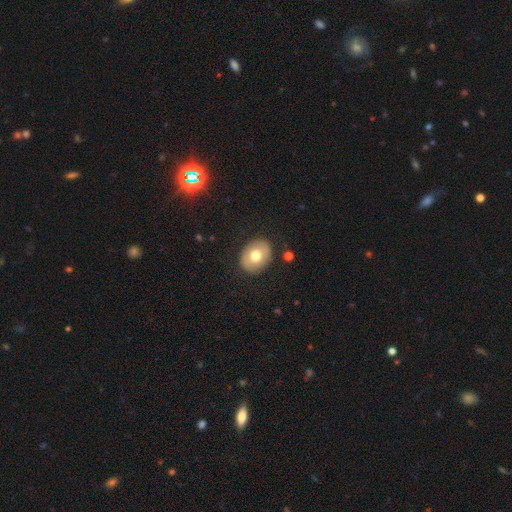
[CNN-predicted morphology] smooth 68%, featured or disk 24%, star or artifact 7%. Down the decision tree: how rounded — in between (56%); merging — none (87%).